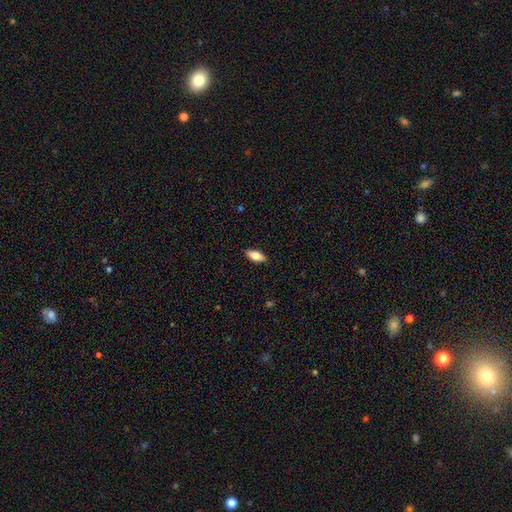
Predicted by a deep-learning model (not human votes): Smooth or featured? smooth (74%)
How rounded? in between (82%)
Merging? none (89%)